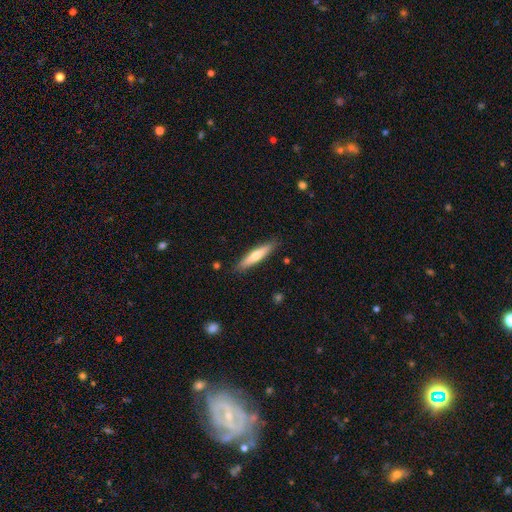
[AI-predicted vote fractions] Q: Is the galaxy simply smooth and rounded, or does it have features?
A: smooth — 58%.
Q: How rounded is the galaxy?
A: cigar-shaped — 84%.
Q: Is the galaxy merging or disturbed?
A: none — 88%.